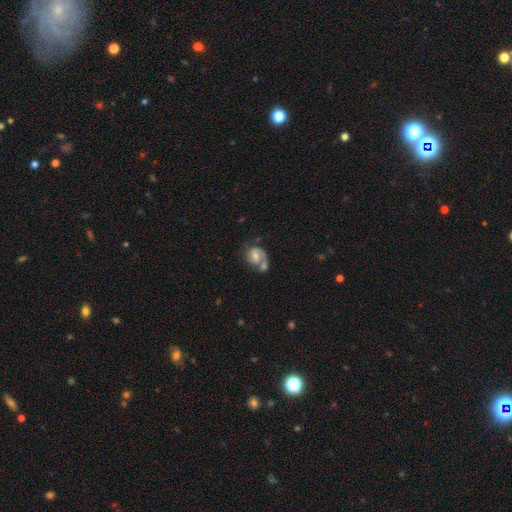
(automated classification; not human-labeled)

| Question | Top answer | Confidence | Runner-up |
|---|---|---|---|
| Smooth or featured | featured or disk | 61% | smooth (32%) |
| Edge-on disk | no | 98% | yes (2%) |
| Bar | no | 52% | weak (39%) |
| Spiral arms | yes | 84% | no (16%) |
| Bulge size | moderate | 53% | small (32%) |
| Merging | merger | 40% | none (31%) |